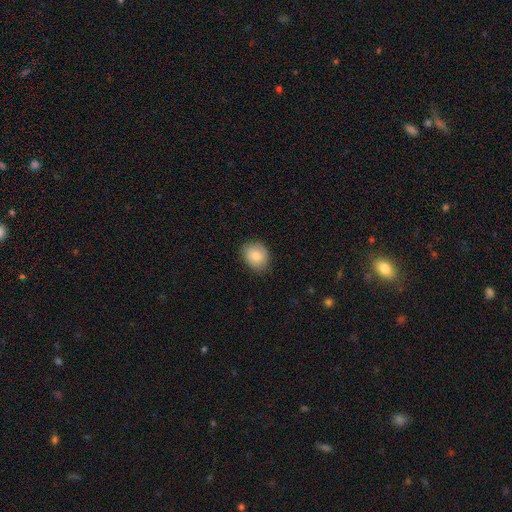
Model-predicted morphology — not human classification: Smooth or featured: smooth — 78% (featured or disk — 13%)
How rounded: round — 61% (in between — 38%)
Merging: none — 81% (minor disturbance — 15%)